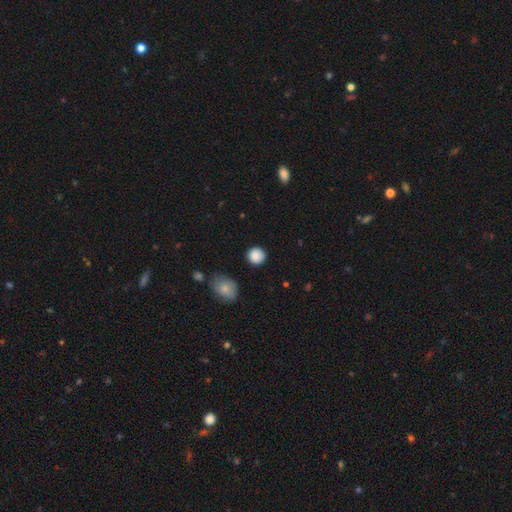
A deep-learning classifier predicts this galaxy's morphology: A smooth galaxy with no disk features (88%) that is round (91%).

Vote fractions:
- Smooth or featured? smooth: 88% / star or artifact: 8% / featured or disk: 4%
- How rounded? round: 91% / in between: 8% / cigar-shaped: 1%
- Merging? none: 88% / minor disturbance: 8% / major disturbance: 3% / merger: 2%